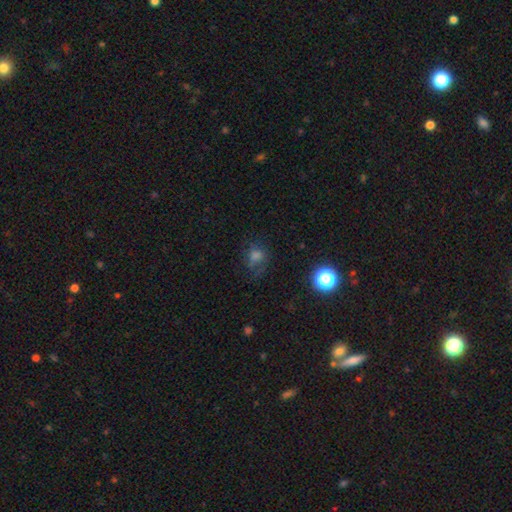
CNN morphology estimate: Smooth or featured? Predicted: smooth (p=0.58). How rounded? Predicted: round (p=0.65). Merging? Predicted: none (p=0.53).